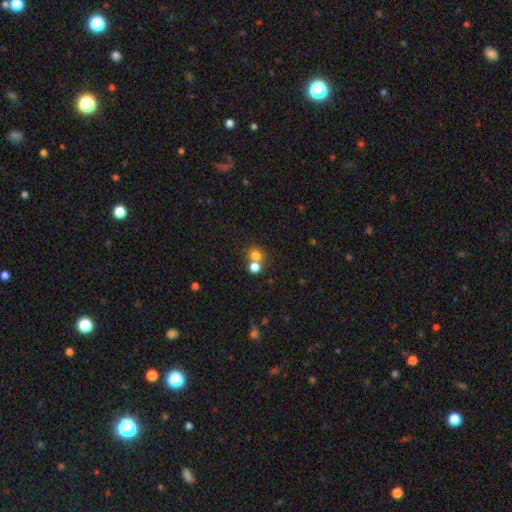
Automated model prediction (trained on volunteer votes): smooth_or_featured: smooth (p=0.75) [alt: star or artifact p=0.16]
how_rounded: round (p=0.74) [alt: in between p=0.25]
merging: none (p=0.49) [alt: merger p=0.41]